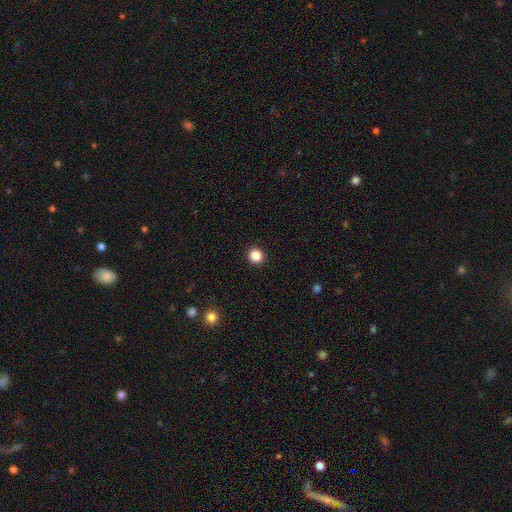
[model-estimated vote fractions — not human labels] Morphology: type=smooth (87%); roundness=round (93%); merging=none (93%).